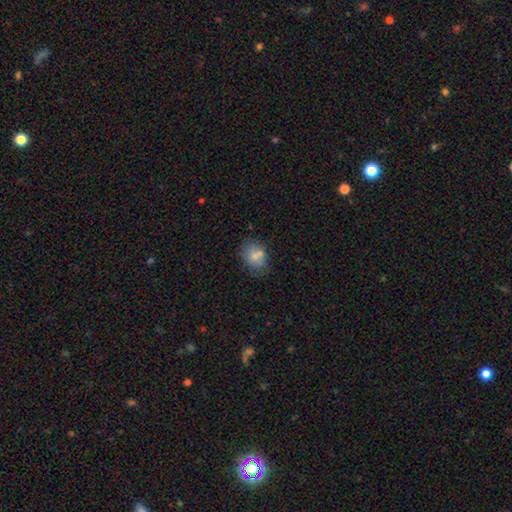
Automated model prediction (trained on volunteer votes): Morphology: type=smooth (75%); roundness=in between (56%); merging=none (57%).